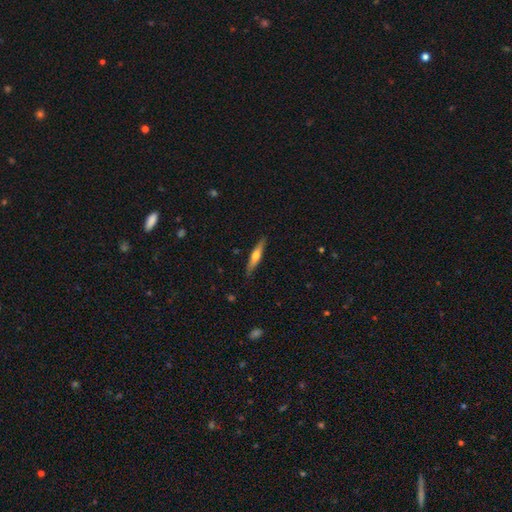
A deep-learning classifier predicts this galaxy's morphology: A featured or disk galaxy (53%) viewed edge-on (94%) with a rounded central bulge (88%).

Vote fractions:
- Smooth or featured? featured or disk: 53% / smooth: 41% / star or artifact: 6%
- Edge-on disk? yes: 94% / no: 6%
- Edge-on bulge? rounded: 88% / none: 8% / boxy: 4%
- Merging? none: 88% / minor disturbance: 9% / major disturbance: 2% / merger: 1%